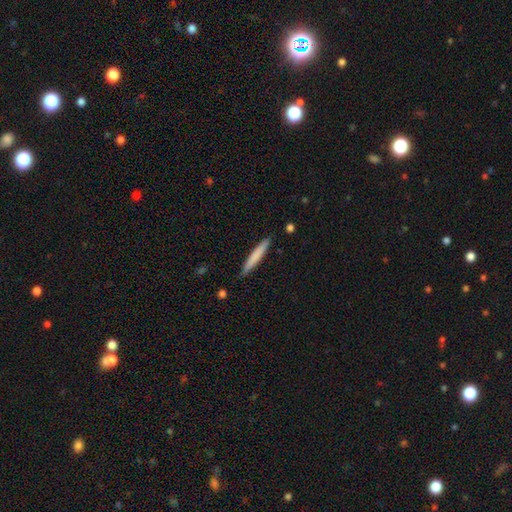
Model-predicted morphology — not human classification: A smooth galaxy with no disk features (74%) that is cigar-shaped (95%).

Vote fractions:
- Smooth or featured? smooth: 74% / featured or disk: 21% / star or artifact: 5%
- How rounded? cigar-shaped: 95% / in between: 4% / round: 1%
- Merging? none: 88% / minor disturbance: 9% / major disturbance: 2% / merger: 1%